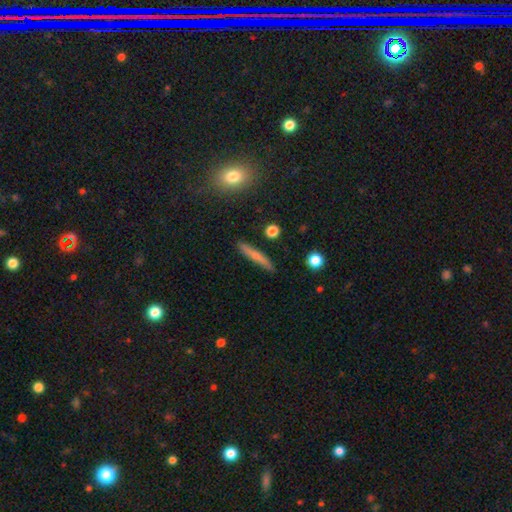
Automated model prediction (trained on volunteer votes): Smooth or featured? smooth (65%)
How rounded? cigar-shaped (92%)
Merging? none (86%)